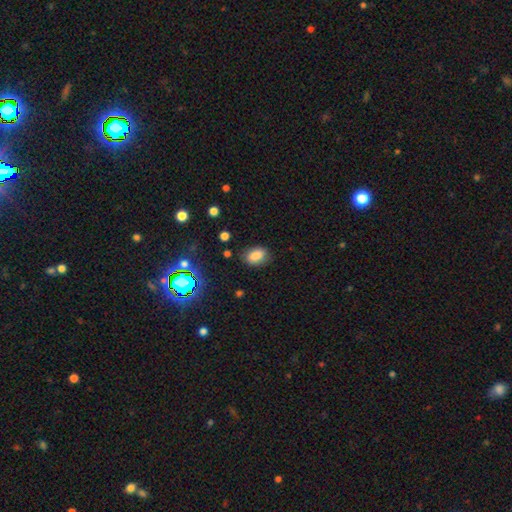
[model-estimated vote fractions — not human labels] Smooth or featured? Predicted: smooth (p=0.81). How rounded? Predicted: in between (p=0.82). Merging? Predicted: none (p=0.81).